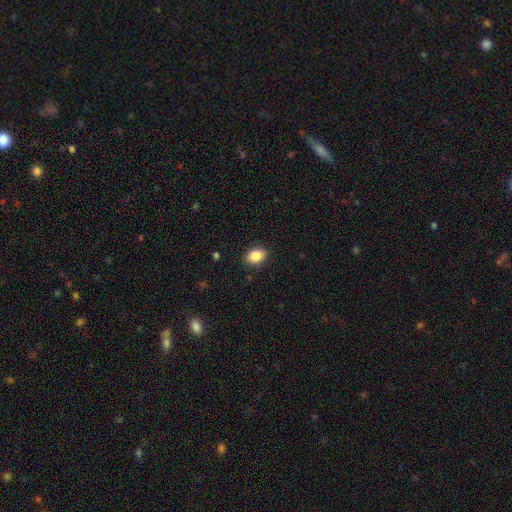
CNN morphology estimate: This is clearly a smooth galaxy (87%). How rounded: likely in between (76%). Merging: clearly none (87%).